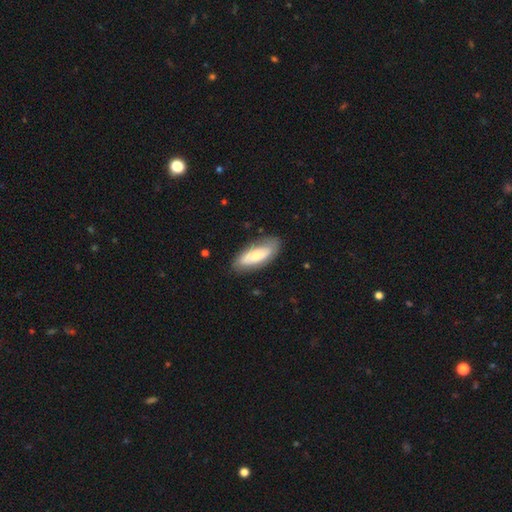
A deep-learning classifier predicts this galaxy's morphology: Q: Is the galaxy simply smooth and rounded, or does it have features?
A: smooth — 61%.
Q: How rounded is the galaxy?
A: in between — 73%.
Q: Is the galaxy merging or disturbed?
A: none — 79%.